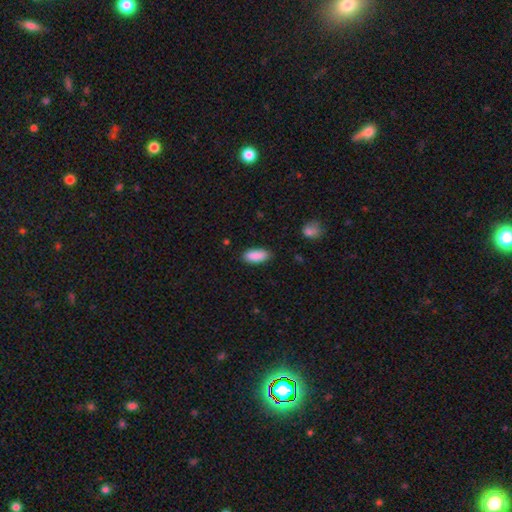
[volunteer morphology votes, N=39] Q: Smooth or featured?
A: smooth (85%); runner-up: star or artifact (10%)
Q: How rounded?
A: in between (82%); runner-up: cigar-shaped (18%)
Q: Merging?
A: none (83%); runner-up: minor disturbance (14%)